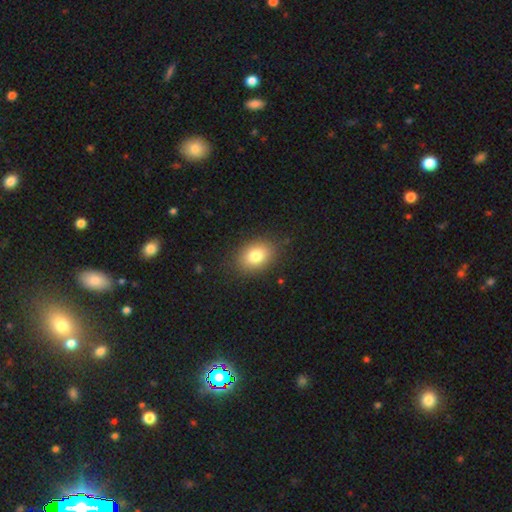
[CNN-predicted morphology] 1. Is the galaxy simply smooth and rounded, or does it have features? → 81% smooth, 10% featured or disk, 9% star or artifact.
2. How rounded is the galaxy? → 74% in between, 25% round, 1% cigar-shaped.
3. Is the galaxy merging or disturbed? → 86% none, 10% minor disturbance, 3% major disturbance, 1% merger.